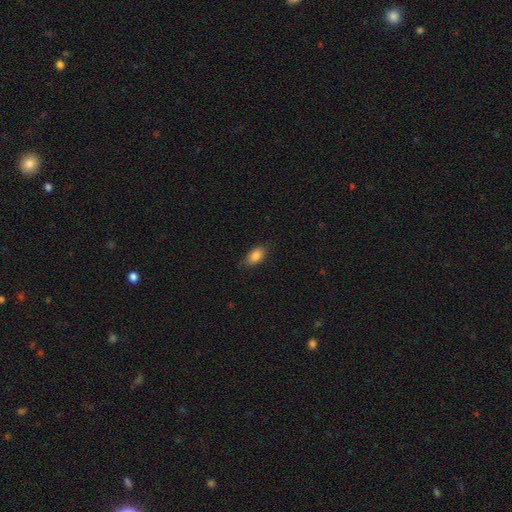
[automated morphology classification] Smooth or featured: smooth — 86% (star or artifact — 8%)
How rounded: in between — 90% (round — 7%)
Merging: none — 81% (minor disturbance — 15%)